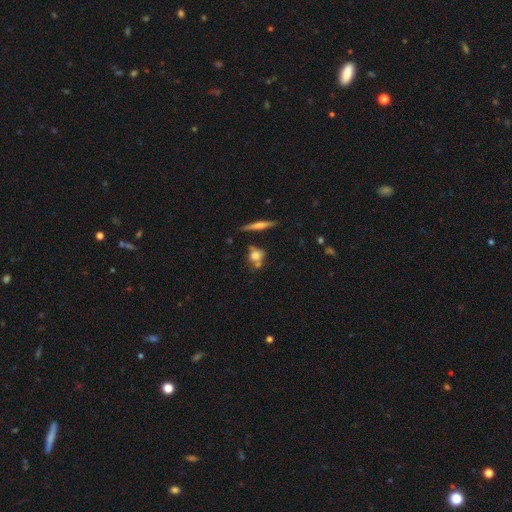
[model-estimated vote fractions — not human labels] Morphology: type=smooth (68%); roundness=round (65%); merging=none (60%).